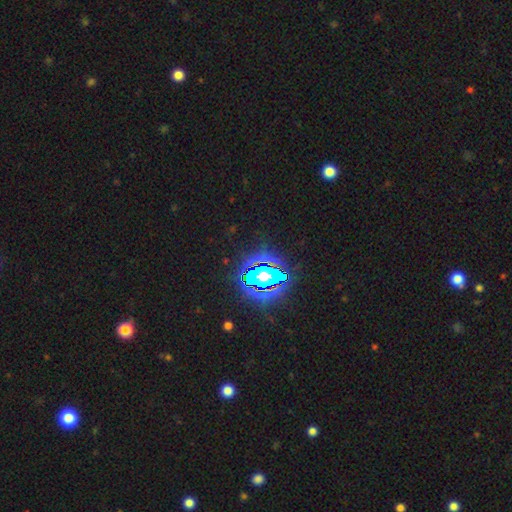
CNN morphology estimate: Smooth or featured: star or artifact — 85% (smooth — 9%)